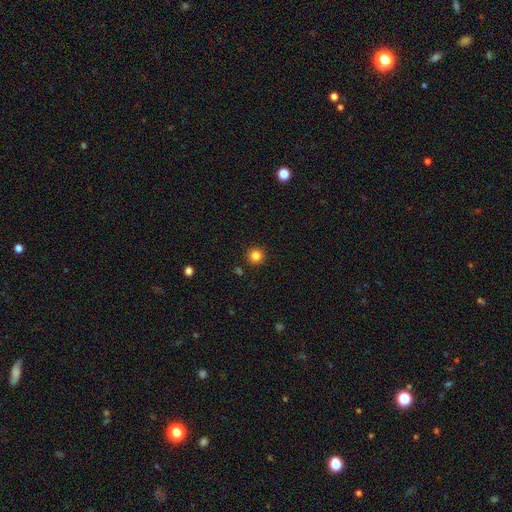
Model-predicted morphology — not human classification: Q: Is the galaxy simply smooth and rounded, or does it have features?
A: smooth — 83%.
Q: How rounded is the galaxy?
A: round — 95%.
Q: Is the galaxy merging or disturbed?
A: none — 91%.